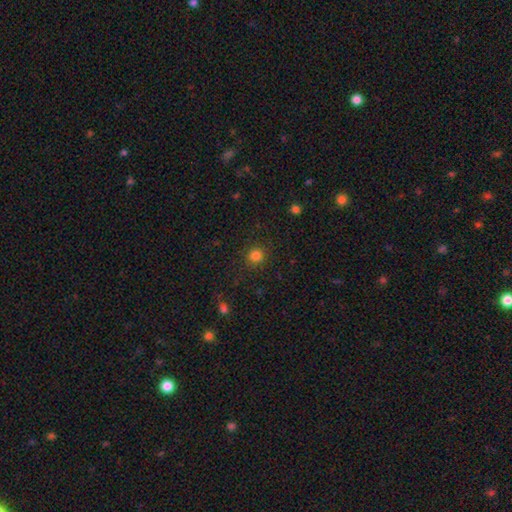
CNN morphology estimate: Smooth or featured?
  - smooth: 81% *
  - star or artifact: 14%
  - featured or disk: 4%
How rounded?
  - round: 87% *
  - in between: 12%
  - cigar-shaped: 1%
Merging?
  - none: 87% *
  - minor disturbance: 8%
  - major disturbance: 3%
  - merger: 2%